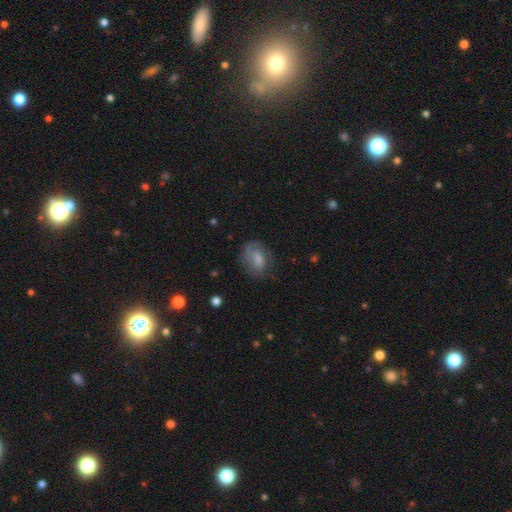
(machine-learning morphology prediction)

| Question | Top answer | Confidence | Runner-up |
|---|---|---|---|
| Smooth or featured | smooth | 62% | featured or disk (28%) |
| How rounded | in between | 76% | round (22%) |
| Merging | none | 58% | minor disturbance (26%) |